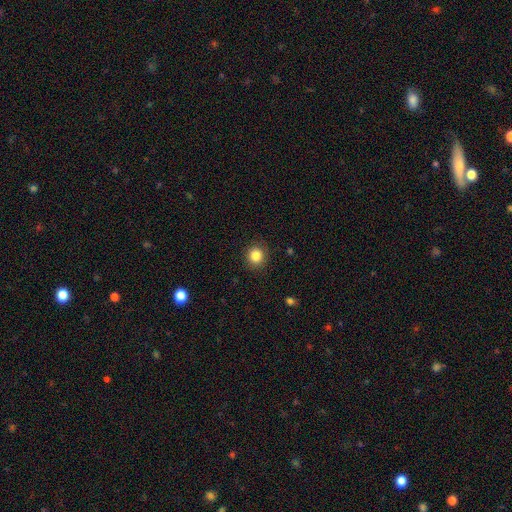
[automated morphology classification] A smooth galaxy with no disk features (85%) that is round (89%).

Vote fractions:
- Smooth or featured? smooth: 85% / star or artifact: 10% / featured or disk: 5%
- How rounded? round: 89% / in between: 10% / cigar-shaped: 1%
- Merging? none: 89% / minor disturbance: 8% / major disturbance: 2% / merger: 1%